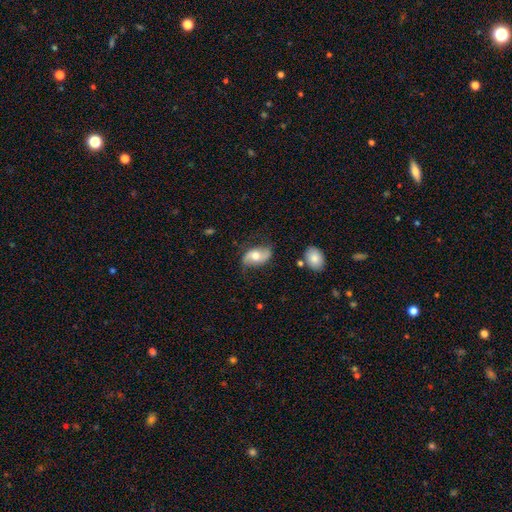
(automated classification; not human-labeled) Q: Smooth or featured?
A: featured or disk (52%); runner-up: smooth (41%)
Q: Edge-on disk?
A: no (93%); runner-up: yes (7%)
Q: Merging?
A: none (70%); runner-up: minor disturbance (22%)